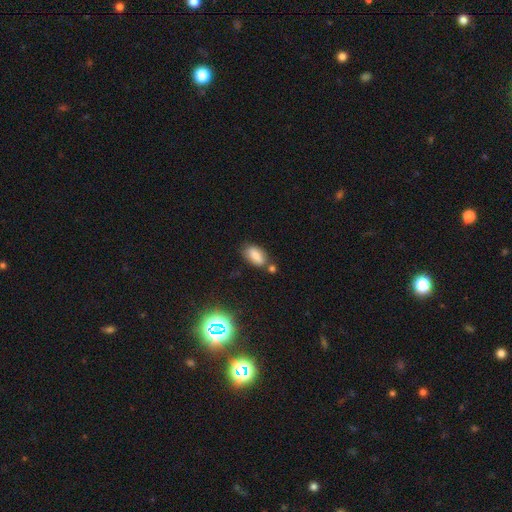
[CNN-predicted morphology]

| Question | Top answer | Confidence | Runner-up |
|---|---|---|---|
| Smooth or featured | smooth | 78% | featured or disk (11%) |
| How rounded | in between | 90% | cigar-shaped (6%) |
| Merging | none | 66% | minor disturbance (16%) |